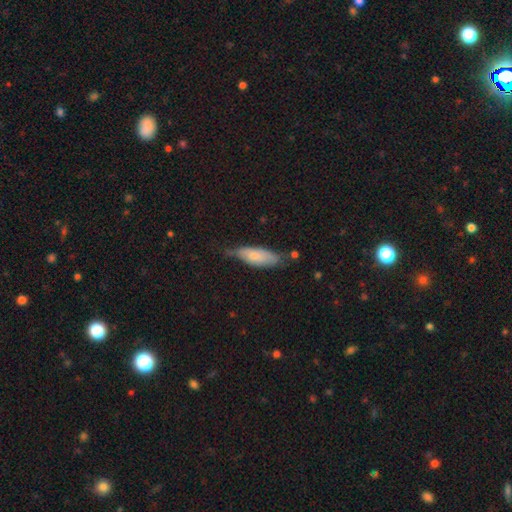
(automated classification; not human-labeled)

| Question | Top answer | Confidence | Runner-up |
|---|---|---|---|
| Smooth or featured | smooth | 70% | featured or disk (24%) |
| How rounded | in between | 68% | cigar-shaped (30%) |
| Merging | none | 53% | minor disturbance (36%) |